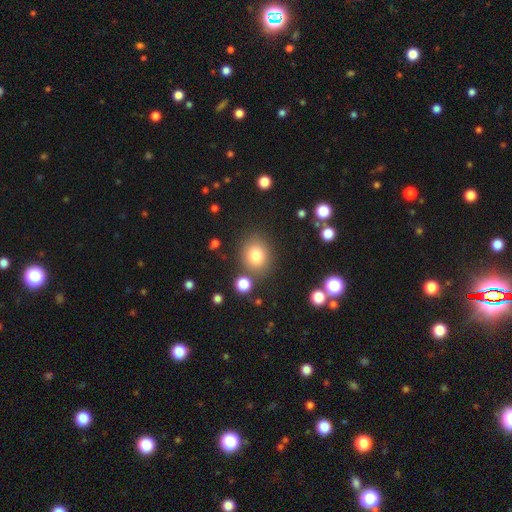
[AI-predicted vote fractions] smooth 79%, star or artifact 12%, featured or disk 9%. Down the decision tree: how rounded — round (72%); merging — none (79%).